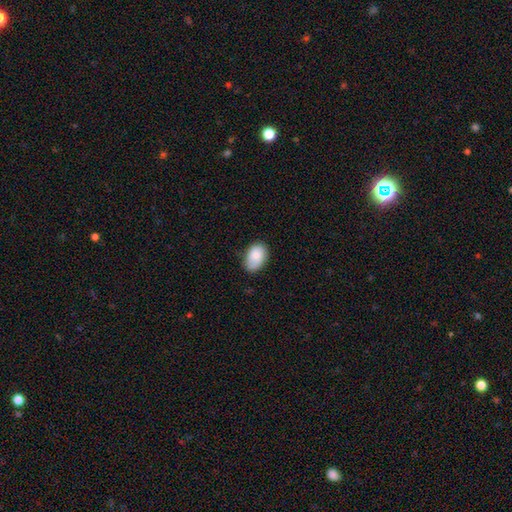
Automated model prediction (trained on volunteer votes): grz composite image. It shows a smooth galaxy with no disk features (82%) that is in between round and cigar-shaped (87%). Merging: none (70%).